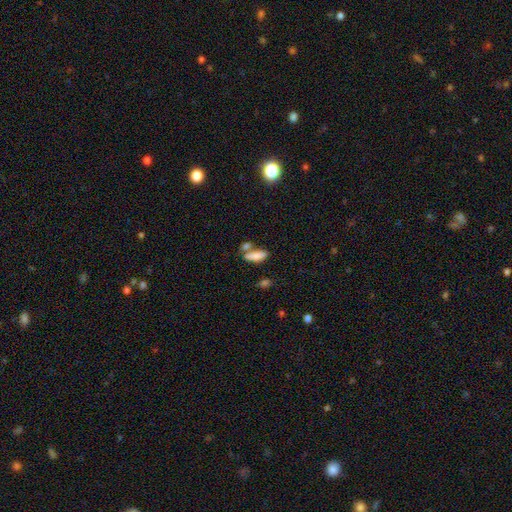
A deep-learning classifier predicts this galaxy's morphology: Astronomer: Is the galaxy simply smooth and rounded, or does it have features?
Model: smooth — 82%.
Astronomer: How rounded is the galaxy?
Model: in between — 69%.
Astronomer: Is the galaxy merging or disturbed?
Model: none — 49% (runner-up: merger, 34%).